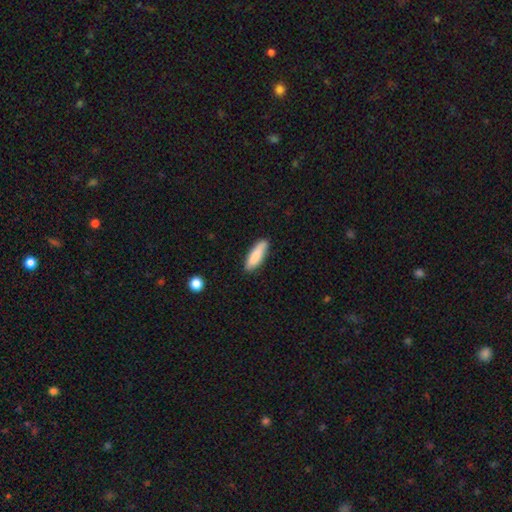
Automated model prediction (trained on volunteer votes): A smooth galaxy with no disk features (84%) that is cigar-shaped (56%). Merging: none (83%).